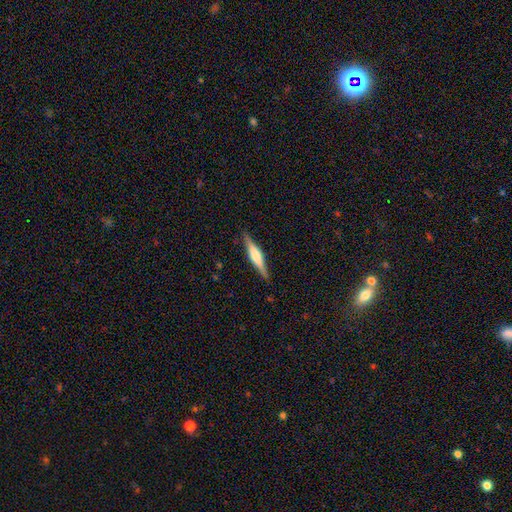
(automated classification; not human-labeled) A featured or disk galaxy (65%) viewed edge-on (97%) with a rounded central bulge (64%). Merging: none (89%).